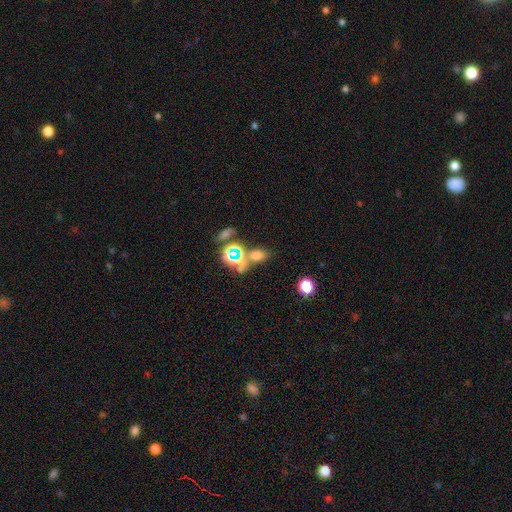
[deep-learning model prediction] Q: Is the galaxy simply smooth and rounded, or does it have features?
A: smooth — 60%.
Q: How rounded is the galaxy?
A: in between — 75%.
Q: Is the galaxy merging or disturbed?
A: none — 53%.